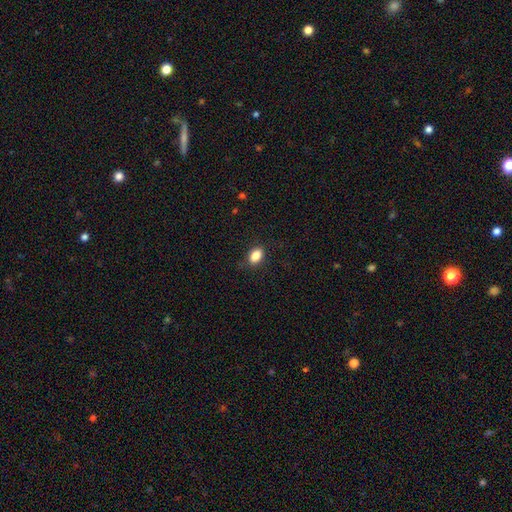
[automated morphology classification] smooth-or-featured: smooth: 85% | star or artifact: 9% | featured or disk: 6%
  how-rounded: in between: 83% | round: 15% | cigar-shaped: 2%
  merging: none: 82% | minor disturbance: 14% | major disturbance: 3% | merger: 1%